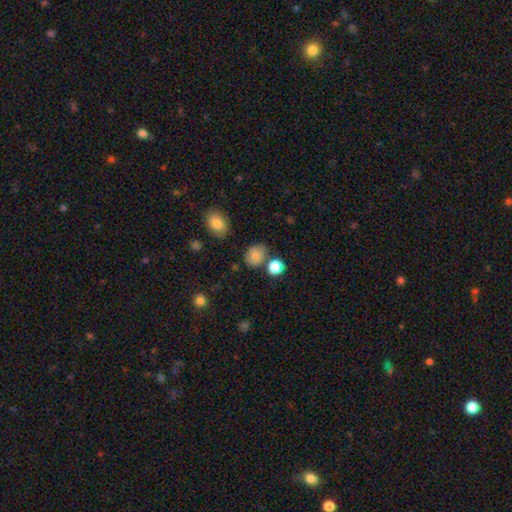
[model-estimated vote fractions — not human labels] Smooth or featured: smooth — 81% (star or artifact — 11%)
How rounded: round — 62% (in between — 37%)
Merging: none — 72% (minor disturbance — 15%)